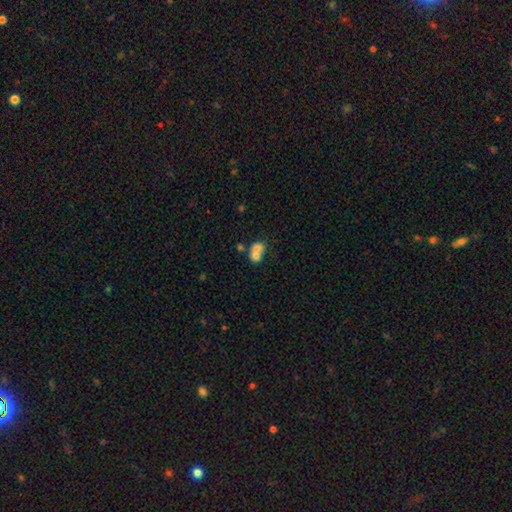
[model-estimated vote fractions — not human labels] A smooth galaxy with no disk features (69%) that is round (60%).

Vote fractions:
- Smooth or featured? smooth: 69% / featured or disk: 21% / star or artifact: 11%
- How rounded? round: 60% / in between: 39% / cigar-shaped: 1%
- Merging? merger: 68% / none: 22% / minor disturbance: 6% / major disturbance: 4%